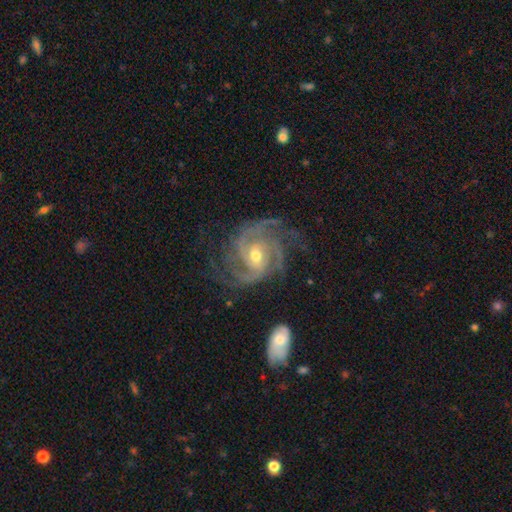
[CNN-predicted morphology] Q: Smooth or featured?
A: featured or disk (93%); runner-up: star or artifact (4%)
Q: Edge-on disk?
A: no (98%); runner-up: yes (2%)
Q: Bar?
A: weak (42%); tied with: no (42%)
Q: Spiral arms?
A: yes (98%); runner-up: no (2%)
Q: Spiral winding?
A: tight (48%); runner-up: medium (43%)
Q: Spiral arm count?
A: 3 (36%); runner-up: 2 (21%)
Q: Bulge size?
A: moderate (60%); runner-up: small (36%)
Q: Merging?
A: none (67%); runner-up: minor disturbance (18%)